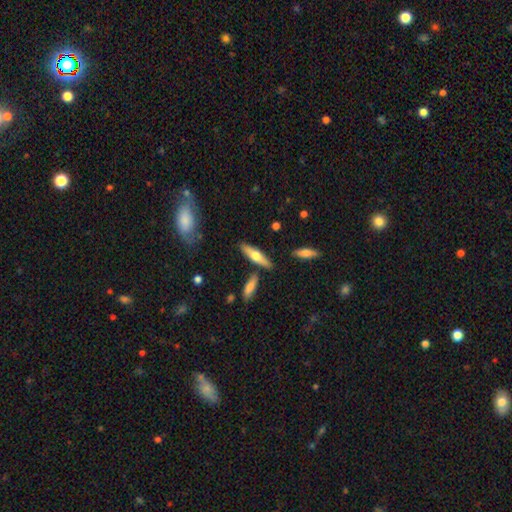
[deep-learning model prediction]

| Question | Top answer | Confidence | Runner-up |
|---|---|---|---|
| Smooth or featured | smooth | 51% | featured or disk (43%) |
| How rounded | cigar-shaped | 63% | in between (35%) |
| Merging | none | 80% | minor disturbance (11%) |